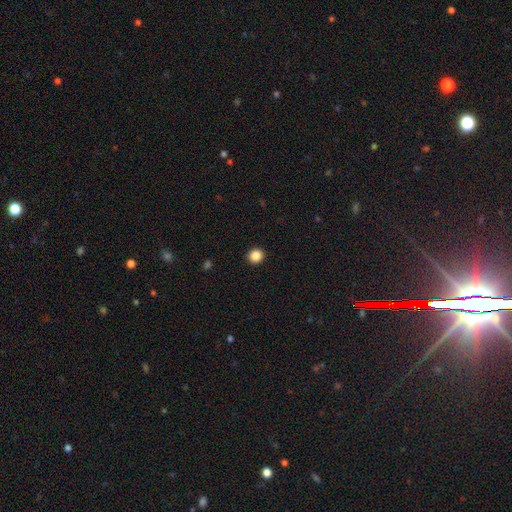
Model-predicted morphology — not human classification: Smooth or featured: smooth — 87% (star or artifact — 10%)
How rounded: round — 90% (in between — 9%)
Merging: none — 93% (minor disturbance — 5%)